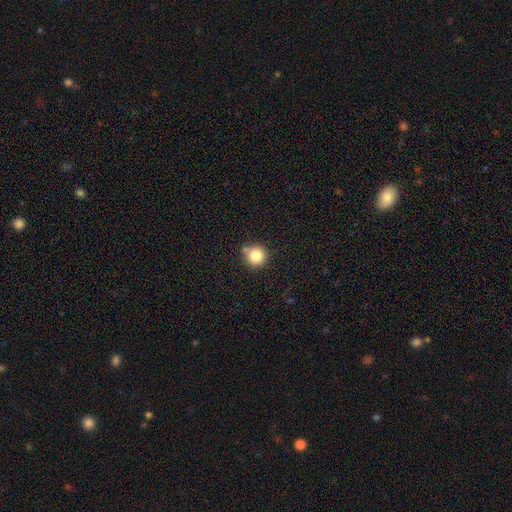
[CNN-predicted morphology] A smooth galaxy with no disk features (82%) that is round (94%). Merging: none (75%).